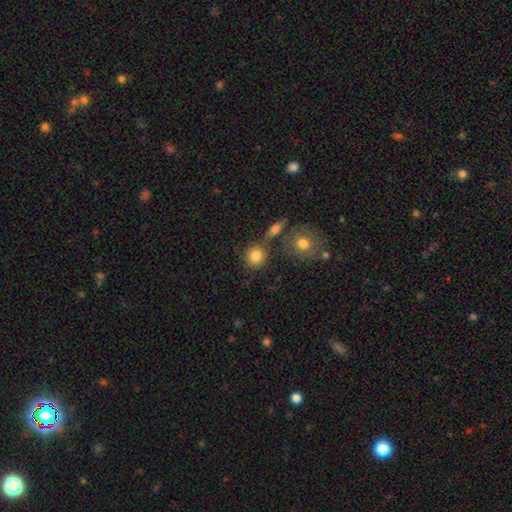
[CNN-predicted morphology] A smooth galaxy with no disk features (81%) that is round (87%). Merging: none (70%).